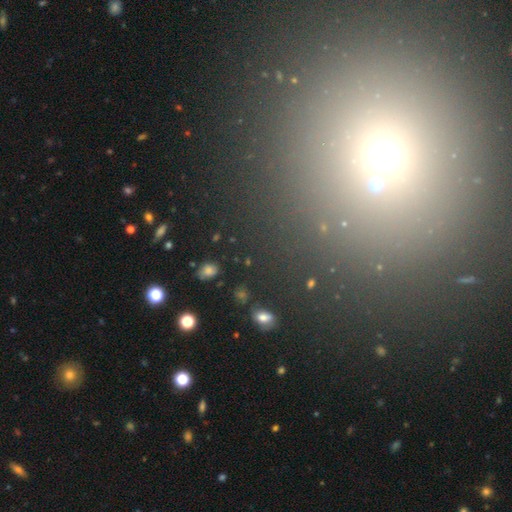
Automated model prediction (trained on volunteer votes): star or artifact 53%, smooth 38%, featured or disk 9%.